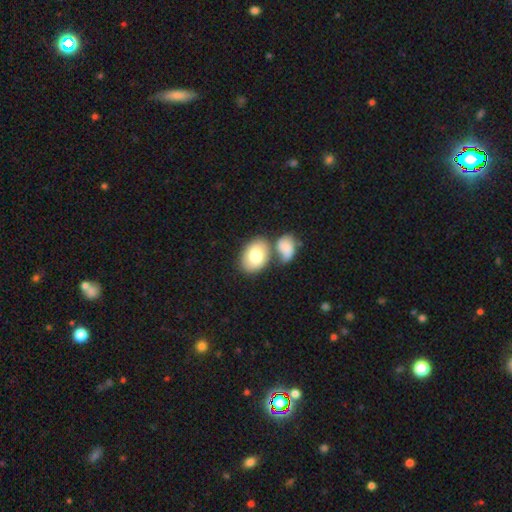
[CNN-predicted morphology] smooth 78%, featured or disk 16%, star or artifact 6%. Down the decision tree: how rounded — in between (79%); merging — none (50%).